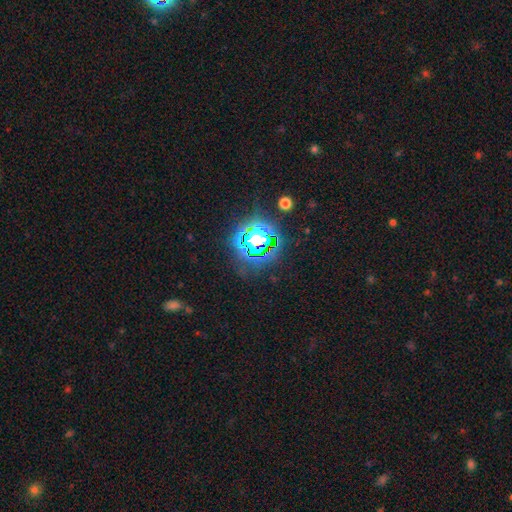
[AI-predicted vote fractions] Smooth or featured?
  - star or artifact: 69% *
  - smooth: 20%
  - featured or disk: 11%